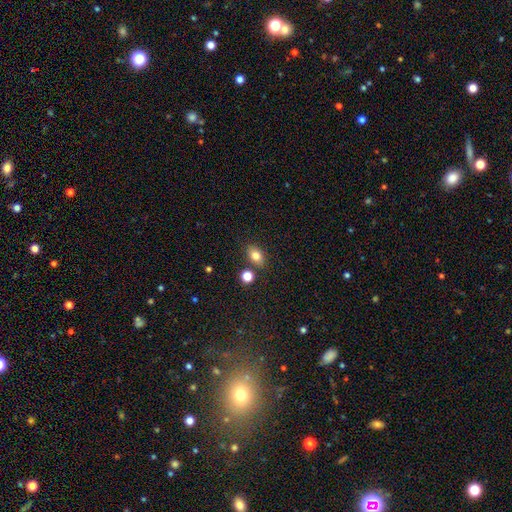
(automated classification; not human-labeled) smooth 80%, star or artifact 11%, featured or disk 9%. Down the decision tree: how rounded — in between (75%); merging — none (77%).